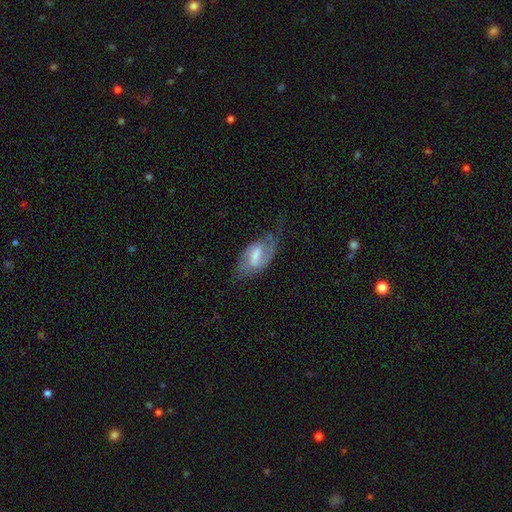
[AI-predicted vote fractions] smooth-or-featured: featured or disk: 70% | smooth: 24% | star or artifact: 7%
  disk-edge-on: no: 94% | yes: 6%
    bar: weak: 52% | strong: 36% | no: 12%
    has-spiral-arms: yes: 87% | no: 13%
      spiral-winding: medium: 42% | loose: 39% | tight: 19%
      spiral-arm-count: 2: 72% | 1: 14% | can't tell: 10% | 3: 1% | 4: 1% | more than 4: 1%
    bulge-size: moderate: 43% | small: 32% | none: 14% | large: 9% | dominant: 1%
  merging: none: 51% | minor disturbance: 26% | major disturbance: 21% | merger: 2%